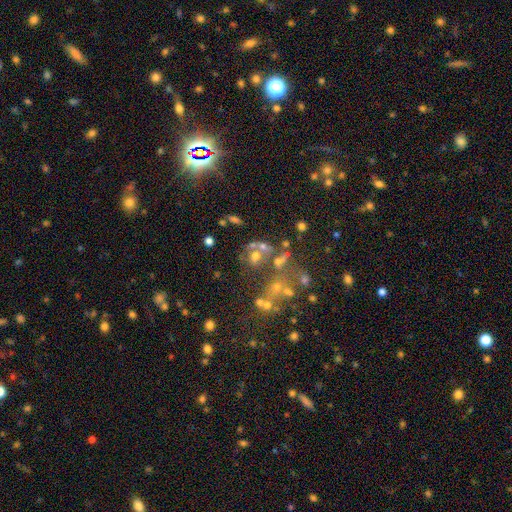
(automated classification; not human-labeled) smooth 40%, featured or disk 33%, star or artifact 27%. Down the decision tree: merging — none (38%).